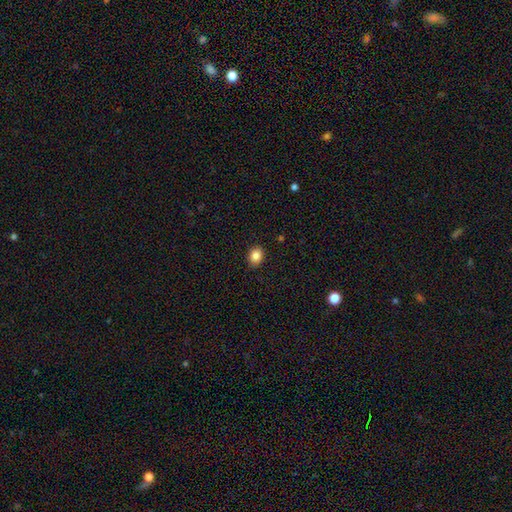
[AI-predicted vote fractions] Overall: smooth (85%). How rounded: in between (51%; round 48%). Merging: none (90%).